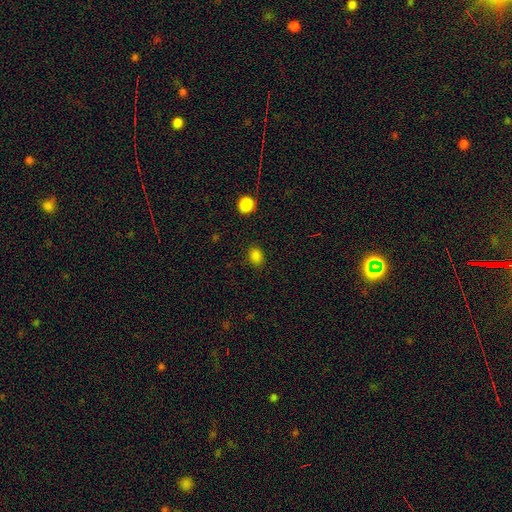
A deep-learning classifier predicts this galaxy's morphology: Smooth or featured? smooth (83%)
How rounded? in between (52%)
Merging? none (85%)